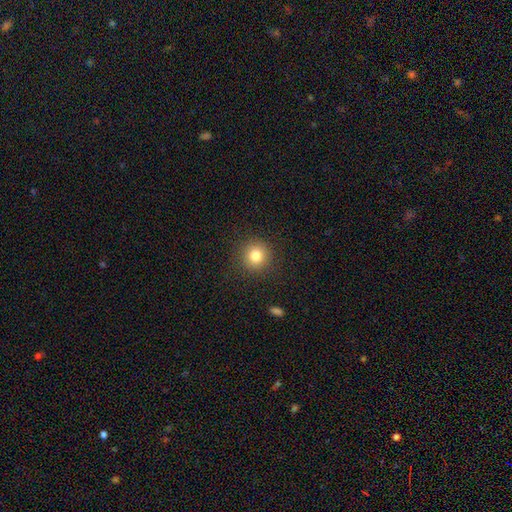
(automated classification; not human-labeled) A smooth galaxy with no disk features (81%) that is round (93%). Merging: none (90%).